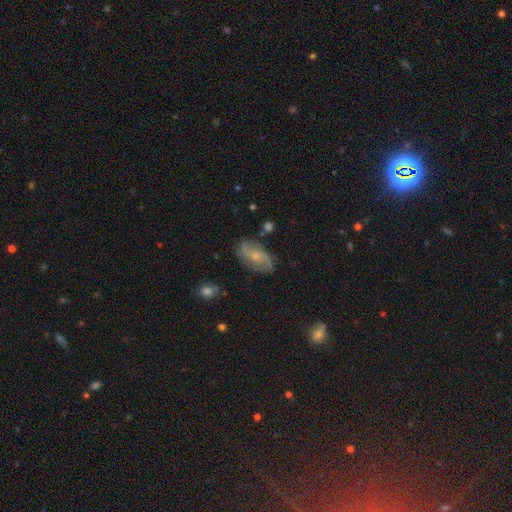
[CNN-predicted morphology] Q: Smooth or featured?
A: featured or disk (71%); runner-up: smooth (21%)
Q: Edge-on disk?
A: no (95%); runner-up: yes (5%)
Q: Bar?
A: no (63%); runner-up: weak (31%)
Q: Spiral arms?
A: yes (91%); runner-up: no (9%)
Q: Spiral winding?
A: loose (41%); runner-up: medium (40%)
Q: Spiral arm count?
A: 2 (77%); runner-up: can't tell (11%)
Q: Bulge size?
A: small (66%); runner-up: moderate (27%)
Q: Merging?
A: none (73%); runner-up: minor disturbance (19%)